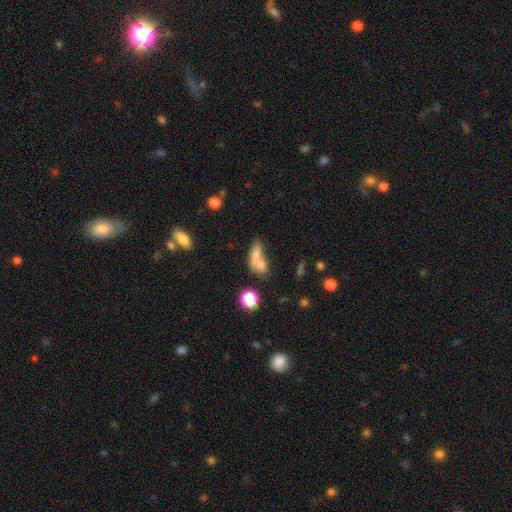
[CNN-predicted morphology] This appears to be a smooth galaxy with no disk features (67%) that is in between round and cigar-shaped (59%). Merging: merger (58%).